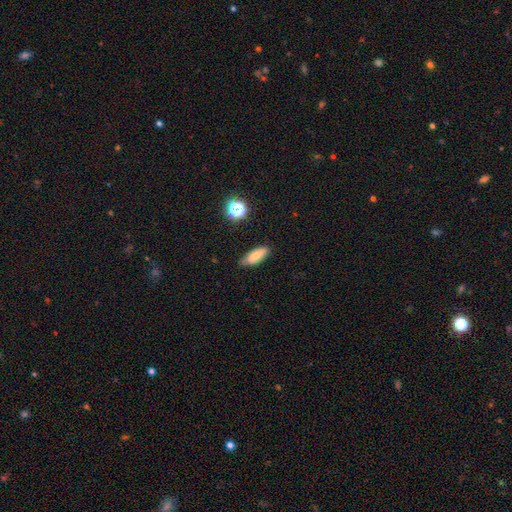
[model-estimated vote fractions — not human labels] A smooth galaxy with no disk features (62%) that is in between round and cigar-shaped (82%).

Vote fractions:
- Smooth or featured? smooth: 62% / featured or disk: 28% / star or artifact: 10%
- How rounded? in between: 82% / cigar-shaped: 15% / round: 4%
- Merging? none: 75% / minor disturbance: 20% / major disturbance: 3% / merger: 2%